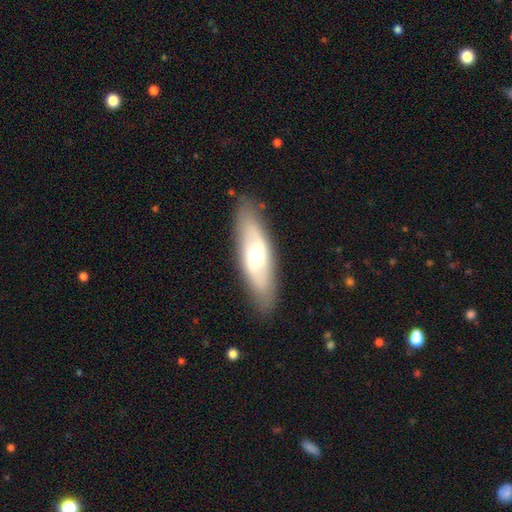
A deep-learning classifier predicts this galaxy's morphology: Smooth or featured? Predicted: featured or disk (p=0.54). Edge-on disk? Predicted: no (p=0.66). Merging? Predicted: none (p=0.87).